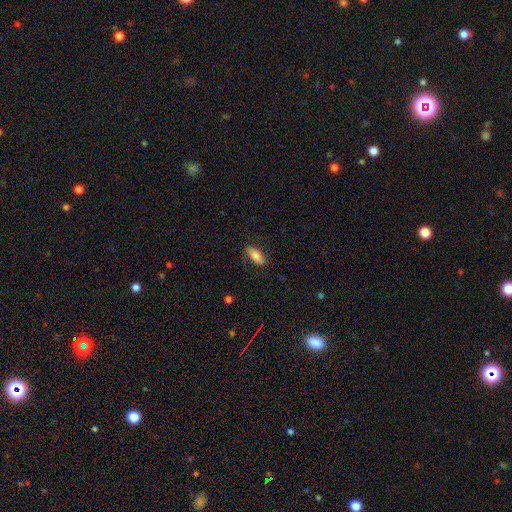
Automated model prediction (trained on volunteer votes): smooth-or-featured: smooth: 67% | featured or disk: 26% | star or artifact: 7%
  how-rounded: in between: 81% | cigar-shaped: 16% | round: 3%
  merging: none: 70% | minor disturbance: 21% | major disturbance: 8% | merger: 1%